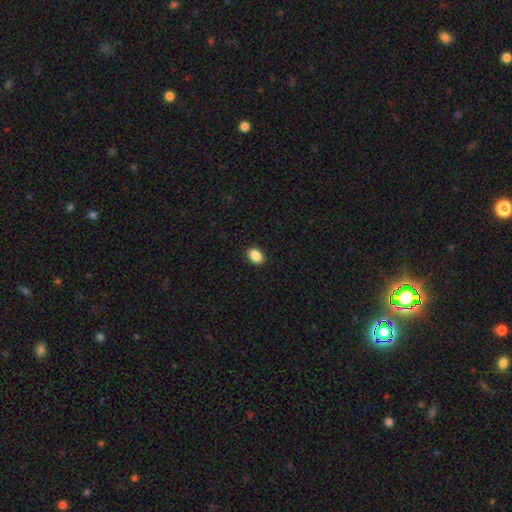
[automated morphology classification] This is clearly a smooth galaxy (88%). How rounded: clearly in between (83%). Merging: clearly none (91%).